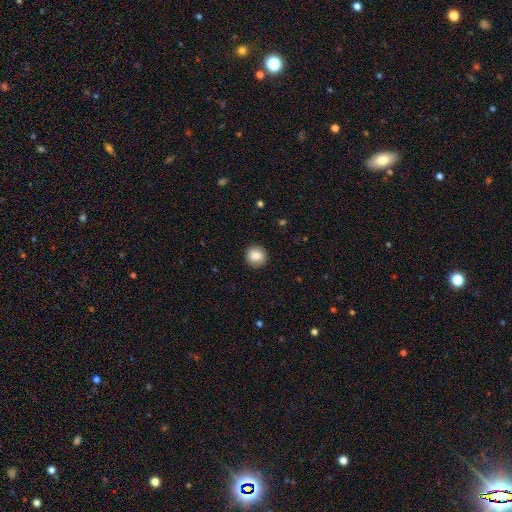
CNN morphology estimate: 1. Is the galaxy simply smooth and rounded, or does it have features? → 87% smooth, 8% star or artifact, 5% featured or disk.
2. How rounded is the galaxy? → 91% round, 8% in between, 1% cigar-shaped.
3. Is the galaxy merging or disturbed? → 91% none, 7% minor disturbance, 2% major disturbance, 1% merger.